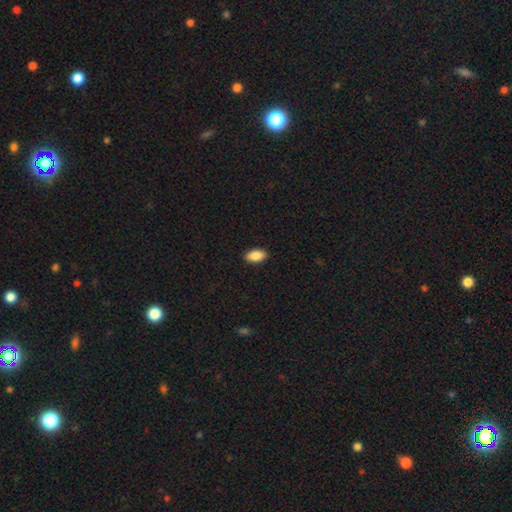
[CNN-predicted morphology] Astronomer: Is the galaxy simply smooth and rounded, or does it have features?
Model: smooth — 87%.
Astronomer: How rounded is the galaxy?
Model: in between — 93%.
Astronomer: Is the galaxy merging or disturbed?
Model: none — 90%.